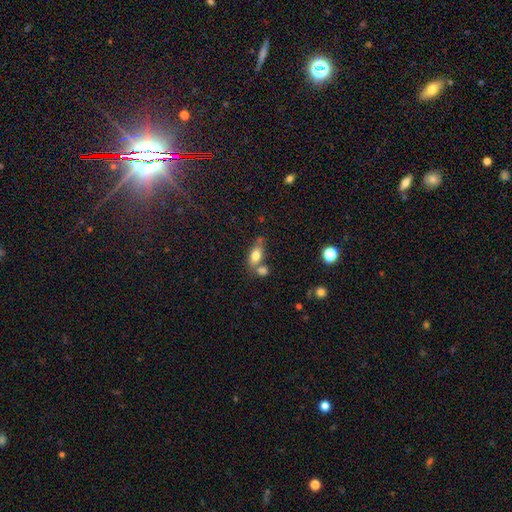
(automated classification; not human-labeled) smooth_or_featured: smooth (p=0.77) [alt: featured or disk p=0.14]
how_rounded: in between (p=0.85) [alt: round p=0.08]
merging: none (p=0.49) [alt: merger p=0.32]